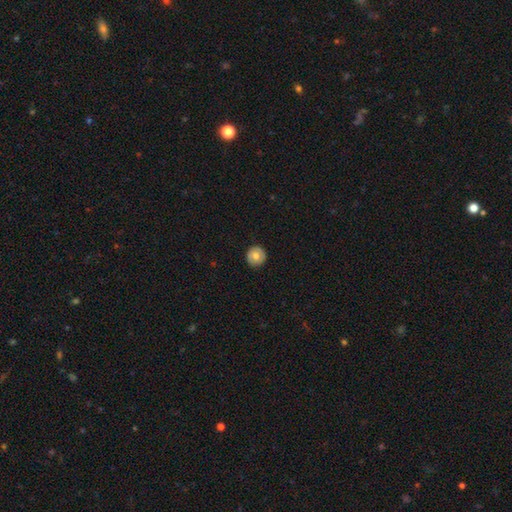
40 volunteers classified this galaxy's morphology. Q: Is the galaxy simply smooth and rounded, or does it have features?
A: smooth — 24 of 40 (60%).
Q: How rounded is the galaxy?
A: round — 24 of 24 (100%).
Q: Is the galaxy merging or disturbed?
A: none — 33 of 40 (82%).